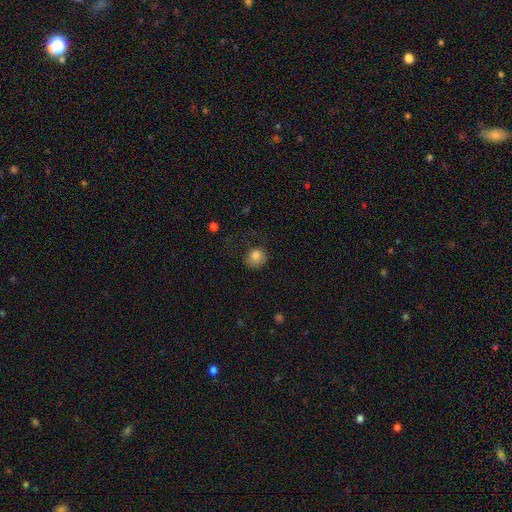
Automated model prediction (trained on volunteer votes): A smooth galaxy with no disk features (83%) that is round (83%).

Vote fractions:
- Smooth or featured? smooth: 83% / star or artifact: 10% / featured or disk: 8%
- How rounded? round: 83% / in between: 16% / cigar-shaped: 1%
- Merging? none: 61% / minor disturbance: 22% / major disturbance: 16% / merger: 2%